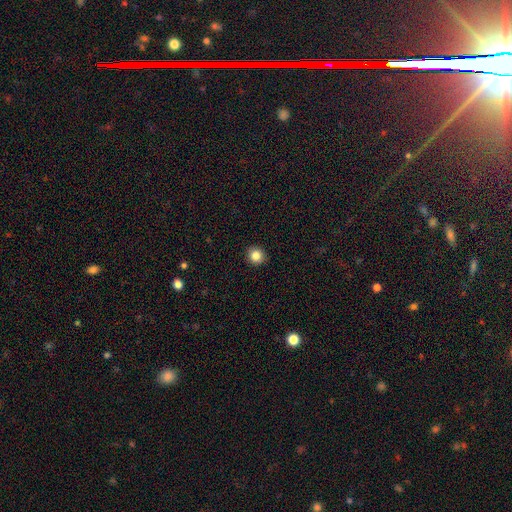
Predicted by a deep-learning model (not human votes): Q: Smooth or featured?
A: smooth (84%); runner-up: star or artifact (10%)
Q: How rounded?
A: round (90%); runner-up: in between (9%)
Q: Merging?
A: none (92%); runner-up: minor disturbance (6%)